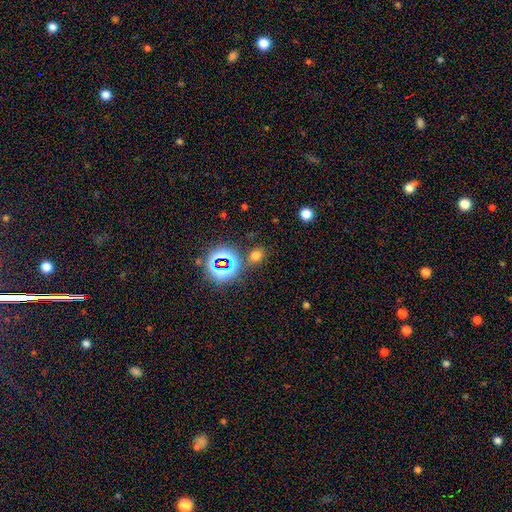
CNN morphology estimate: The model was most divided on "how rounded": round: 59%, in between: 39%, cigar-shaped: 2%. More confident: merging — none (79%); smooth or featured — smooth (60%).